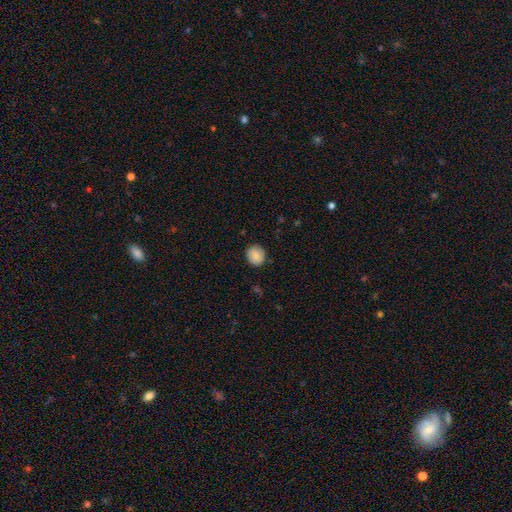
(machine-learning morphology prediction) This appears to be a smooth galaxy with no disk features (86%) that is round (80%). Merging: none (86%).